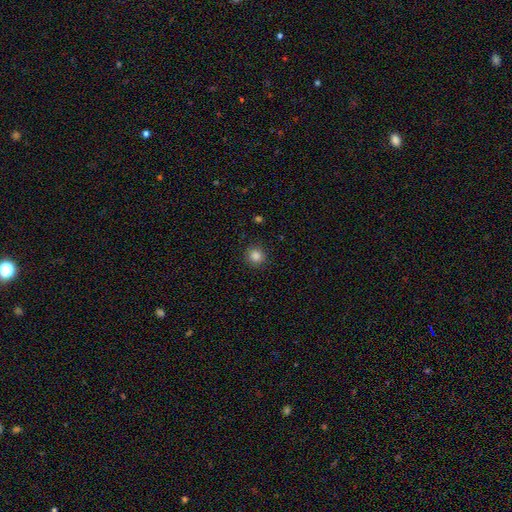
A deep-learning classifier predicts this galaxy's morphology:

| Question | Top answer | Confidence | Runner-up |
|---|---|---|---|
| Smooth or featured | smooth | 85% | star or artifact (11%) |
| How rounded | round | 92% | in between (7%) |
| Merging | none | 90% | minor disturbance (7%) |